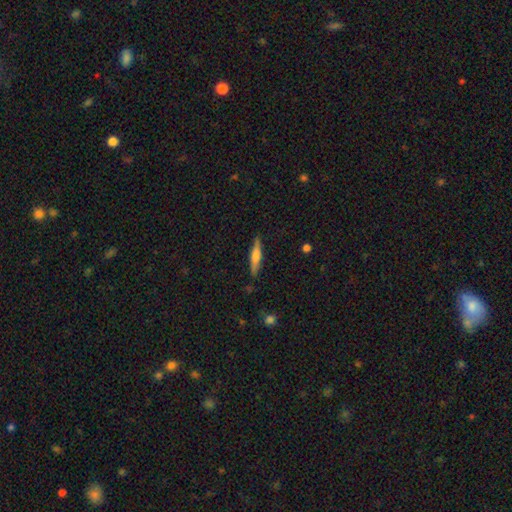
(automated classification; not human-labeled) Smooth or featured: smooth — 52% (featured or disk — 42%)
How rounded: cigar-shaped — 86% (in between — 12%)
Merging: none — 87% (minor disturbance — 10%)